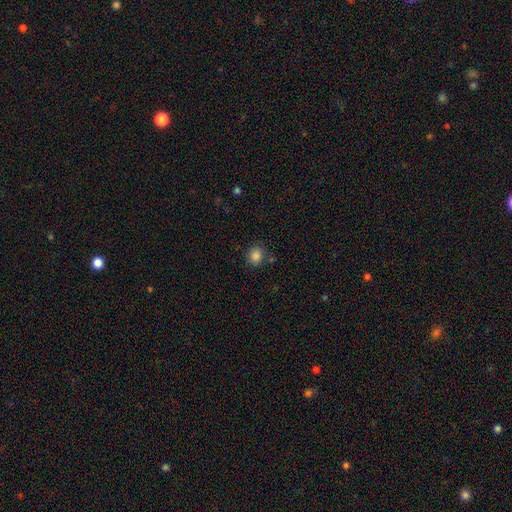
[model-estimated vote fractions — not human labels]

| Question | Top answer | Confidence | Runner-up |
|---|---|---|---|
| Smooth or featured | smooth | 85% | star or artifact (11%) |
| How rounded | round | 65% | in between (34%) |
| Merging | none | 80% | minor disturbance (11%) |